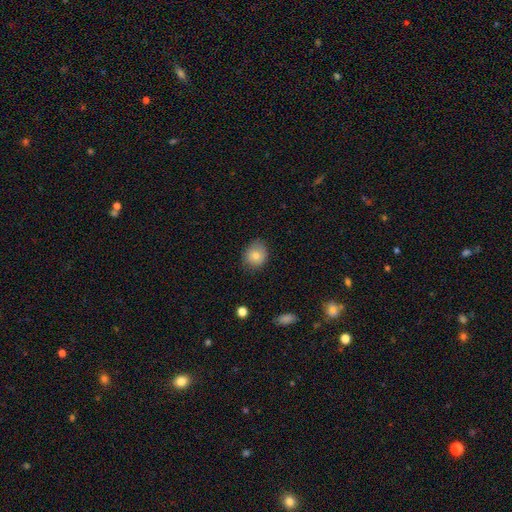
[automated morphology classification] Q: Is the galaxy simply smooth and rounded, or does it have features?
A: smooth — 77%.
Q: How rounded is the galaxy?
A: round — 67%.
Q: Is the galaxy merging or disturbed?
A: none — 77%.